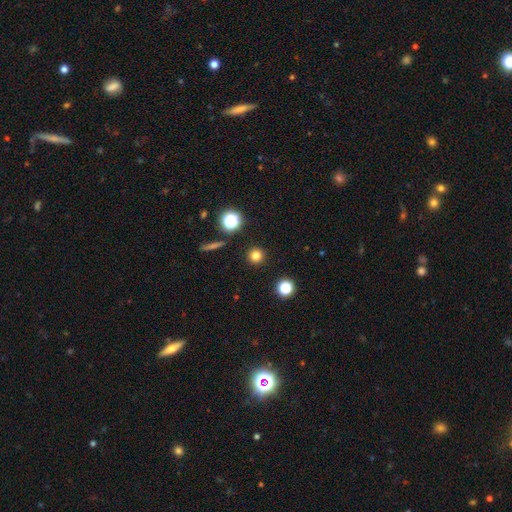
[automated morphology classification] smooth-or-featured: smooth: 79% | star or artifact: 15% | featured or disk: 6%
  how-rounded: round: 95% | in between: 4% | cigar-shaped: 1%
  merging: none: 92% | minor disturbance: 5% | major disturbance: 2% | merger: 2%